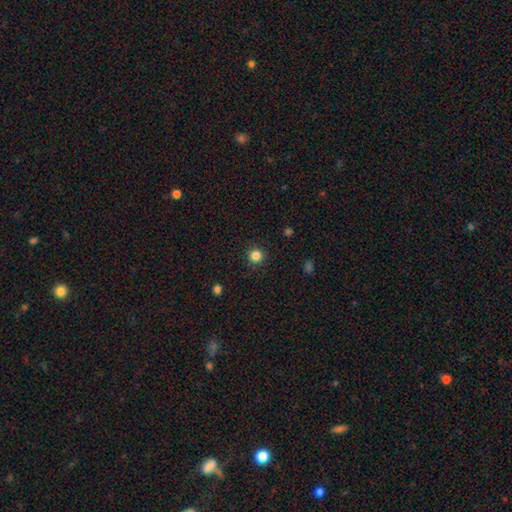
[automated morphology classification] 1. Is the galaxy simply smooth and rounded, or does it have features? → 84% smooth, 12% star or artifact, 4% featured or disk.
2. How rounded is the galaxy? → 95% round, 4% in between, 1% cigar-shaped.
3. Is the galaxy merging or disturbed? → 92% none, 5% minor disturbance, 2% major disturbance, 1% merger.